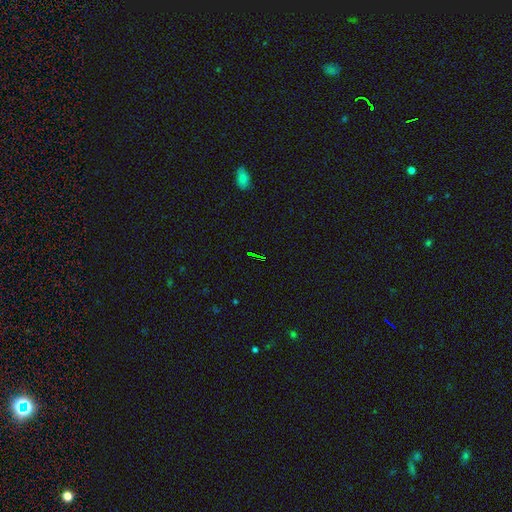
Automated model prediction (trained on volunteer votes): A star or artifact, not a galaxy (75%).

Vote fractions:
- Smooth or featured? star or artifact: 75% / smooth: 13% / featured or disk: 12%